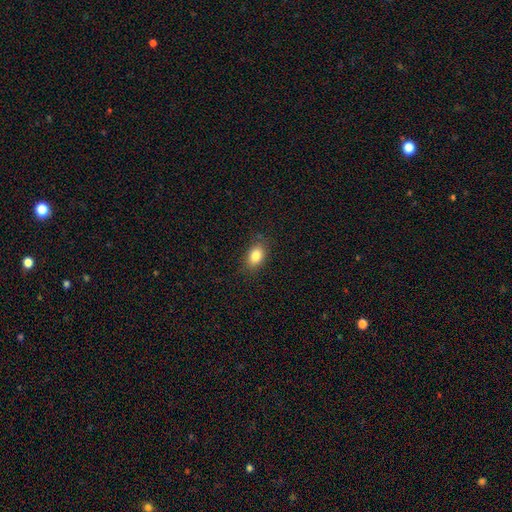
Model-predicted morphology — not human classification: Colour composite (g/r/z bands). It shows a smooth galaxy with no disk features (84%) that is in between round and cigar-shaped (85%). Merging: none (84%).